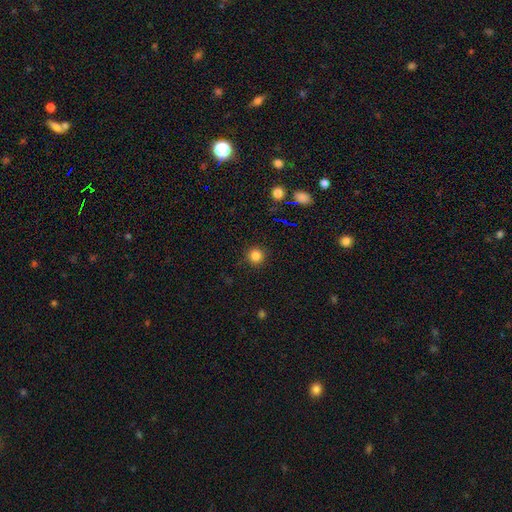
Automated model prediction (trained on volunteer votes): A smooth galaxy with no disk features (83%) that is round (95%). Merging: none (91%).